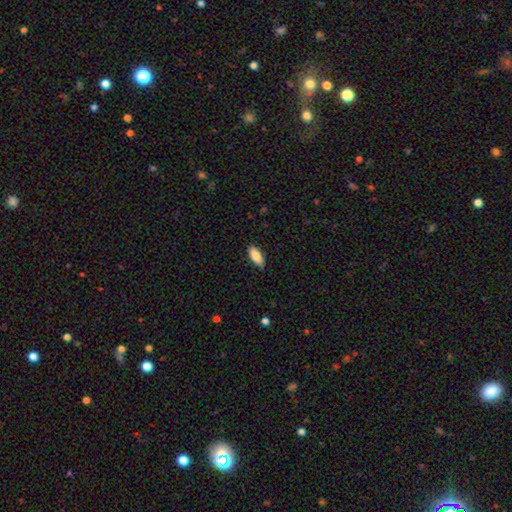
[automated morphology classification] Smooth or featured? smooth (82%)
How rounded? in between (77%)
Merging? none (85%)